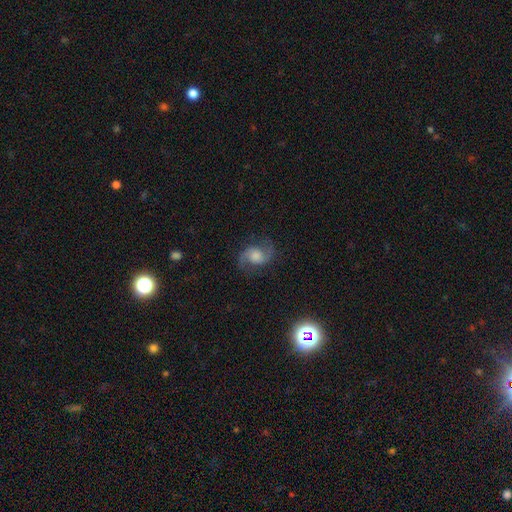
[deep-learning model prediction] Morphology: type=featured or disk (81%); edge-on=no (98%); bar=no (56%); spiral arms=yes (97%); winding=medium (50%); arm count=2 (93%); bulge=moderate (40%); merging=none (79%).